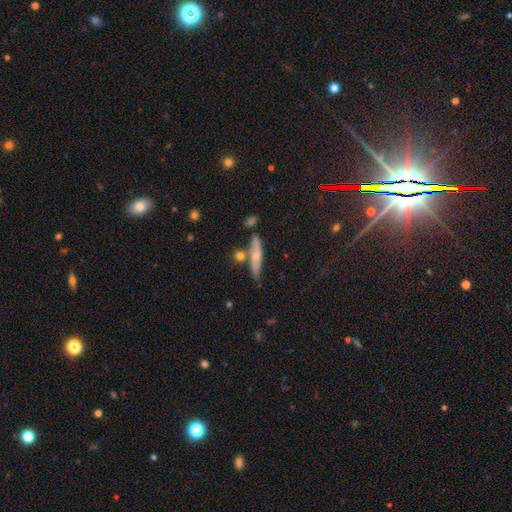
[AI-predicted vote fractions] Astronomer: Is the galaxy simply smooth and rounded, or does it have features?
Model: smooth — 57% (runner-up: featured or disk, 35%).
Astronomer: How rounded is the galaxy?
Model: cigar-shaped — 84%.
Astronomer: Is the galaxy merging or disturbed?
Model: none — 67%.